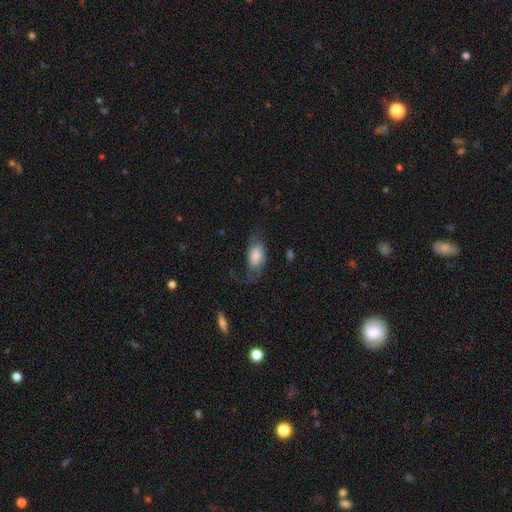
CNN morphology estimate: This appears to be a smooth galaxy with no disk features (59%) that is in between round and cigar-shaped (89%). Merging: none (44%).